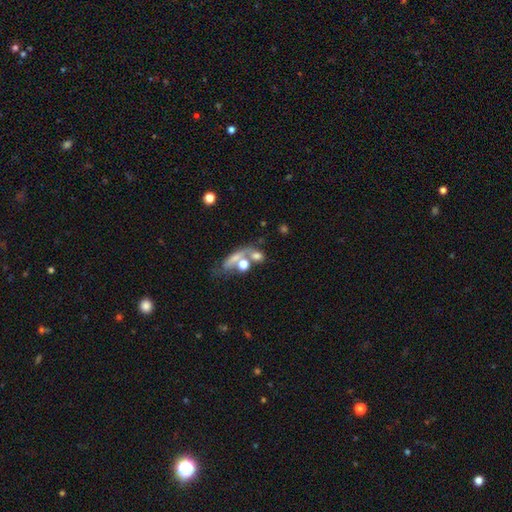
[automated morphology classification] smooth 62%, featured or disk 23%, star or artifact 15%. Down the decision tree: how rounded — round (45%); merging — merger (42%).